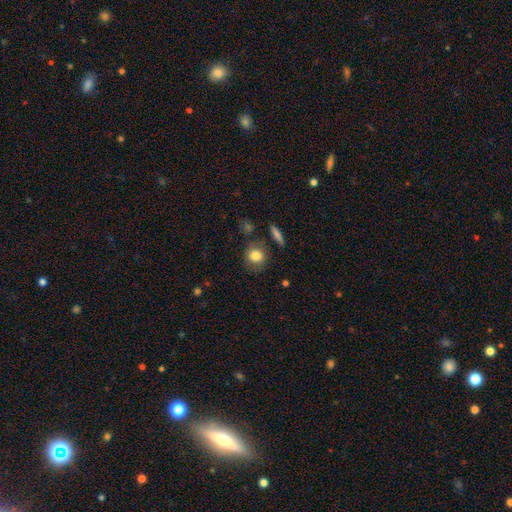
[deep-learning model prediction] Smooth or featured? Predicted: smooth (p=0.81). How rounded? Predicted: round (p=0.77). Merging? Predicted: none (p=0.75).